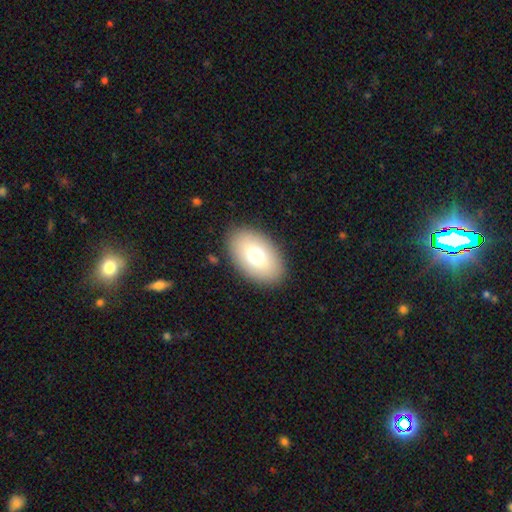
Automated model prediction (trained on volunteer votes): Smooth or featured? Predicted: smooth (p=0.74). How rounded? Predicted: in between (p=0.92). Merging? Predicted: none (p=0.88).